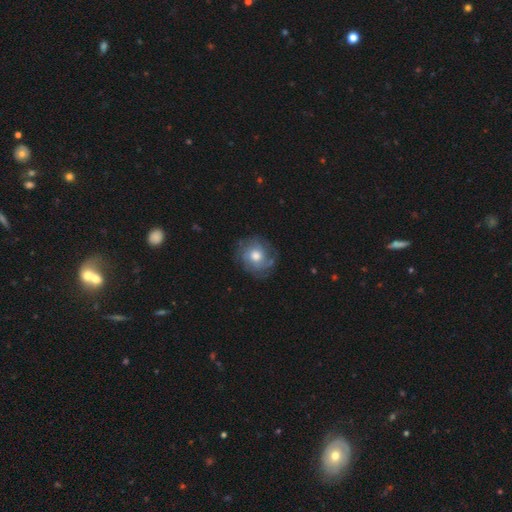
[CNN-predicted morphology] The model was most divided on "smooth or featured": featured or disk: 58%, smooth: 34%, star or artifact: 8%. More confident: edge-on disk — no (97%); bar — no (83%); spiral arms — yes (80%); merging — none (76%); bulge size — moderate (67%).